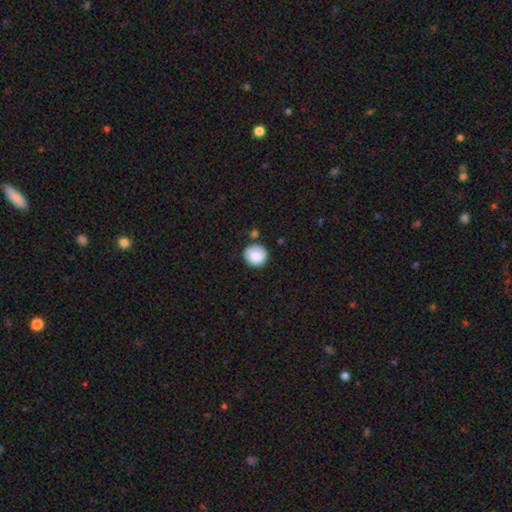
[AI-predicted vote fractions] Smooth or featured?
  - smooth: 86% *
  - star or artifact: 8%
  - featured or disk: 6%
How rounded?
  - round: 92% *
  - in between: 7%
  - cigar-shaped: 1%
Merging?
  - none: 79% *
  - minor disturbance: 13%
  - merger: 6%
  - major disturbance: 3%